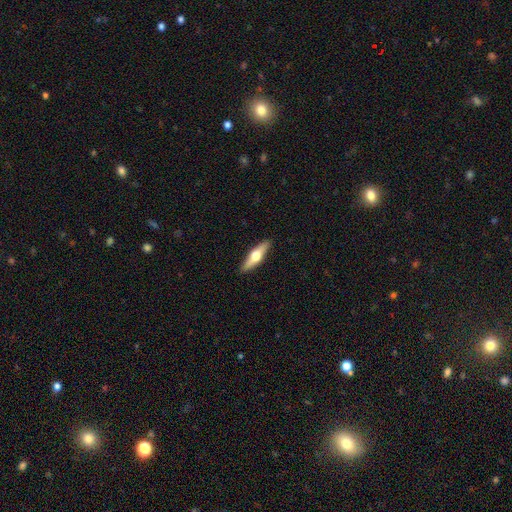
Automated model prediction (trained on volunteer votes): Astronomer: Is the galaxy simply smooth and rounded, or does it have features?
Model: featured or disk — 57% (runner-up: smooth, 38%).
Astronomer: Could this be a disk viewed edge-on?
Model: yes — 94%.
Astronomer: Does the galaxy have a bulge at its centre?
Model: rounded — 95%.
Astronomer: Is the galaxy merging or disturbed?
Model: none — 90%.